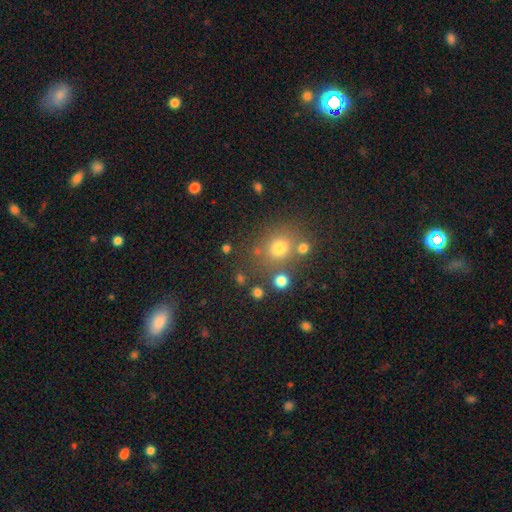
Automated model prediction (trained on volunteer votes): A smooth galaxy with no disk features (56%) that is round (77%). Merging: none (69%).